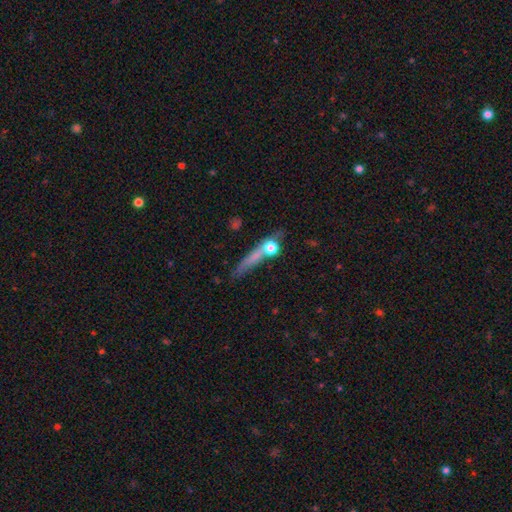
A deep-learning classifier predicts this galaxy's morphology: This is possibly a smooth galaxy (47%). Merging: possibly none (59%).